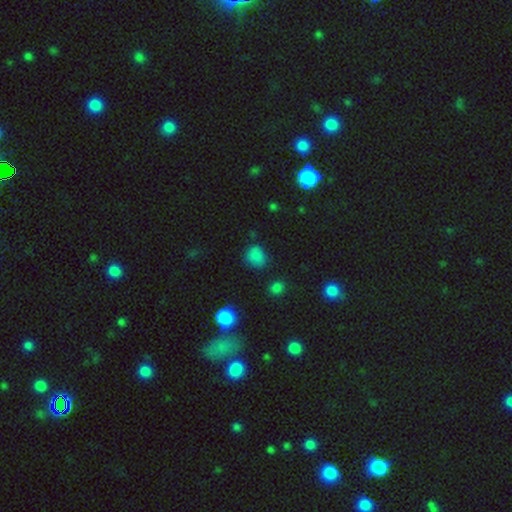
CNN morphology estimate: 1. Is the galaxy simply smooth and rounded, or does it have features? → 78% smooth, 17% star or artifact, 5% featured or disk.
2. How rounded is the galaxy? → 70% round, 28% in between, 1% cigar-shaped.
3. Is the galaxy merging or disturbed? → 74% none, 17% minor disturbance, 5% major disturbance, 3% merger.